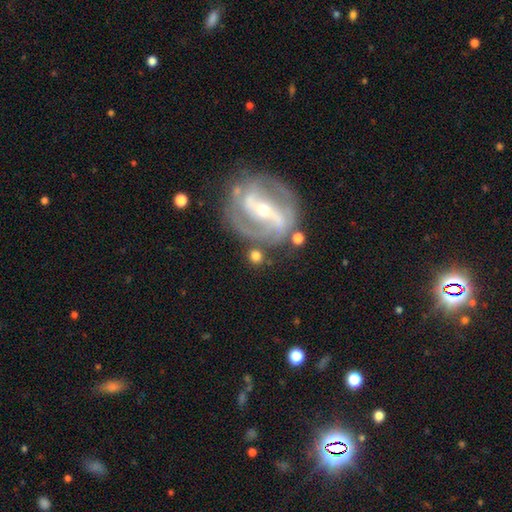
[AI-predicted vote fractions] Q: Smooth or featured?
A: smooth (47%); runner-up: featured or disk (44%)
Q: Merging?
A: none (75%); runner-up: minor disturbance (11%)